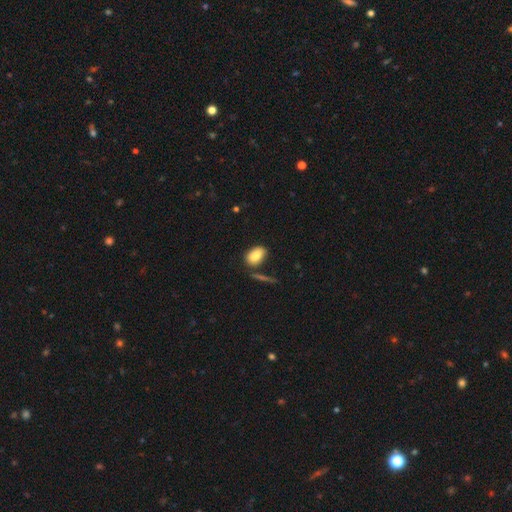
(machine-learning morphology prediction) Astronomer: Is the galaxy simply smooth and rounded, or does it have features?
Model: smooth — 84%.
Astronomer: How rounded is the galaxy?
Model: in between — 88%.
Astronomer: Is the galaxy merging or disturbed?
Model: none — 65%.